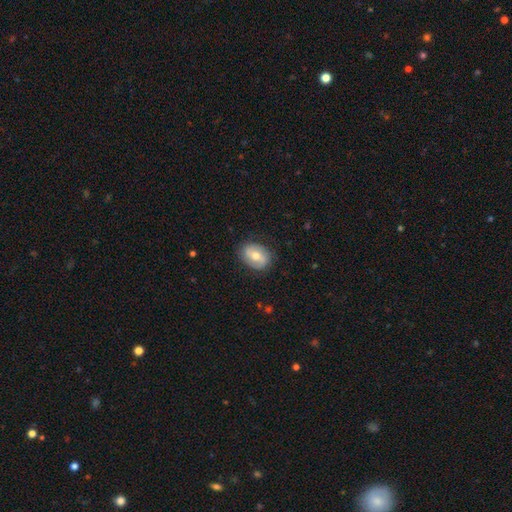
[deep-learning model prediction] Smooth or featured: smooth — 49% (featured or disk — 44%)
Merging: none — 82% (minor disturbance — 13%)